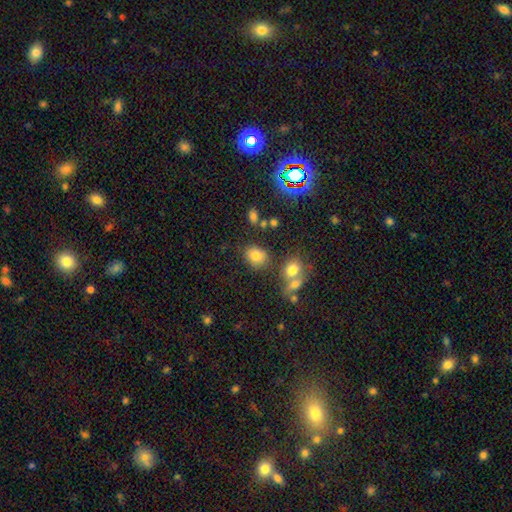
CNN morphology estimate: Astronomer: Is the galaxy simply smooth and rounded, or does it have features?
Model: smooth — 78%.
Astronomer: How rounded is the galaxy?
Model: round — 52% (runner-up: in between, 47%).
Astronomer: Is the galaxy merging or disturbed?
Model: none — 72%.